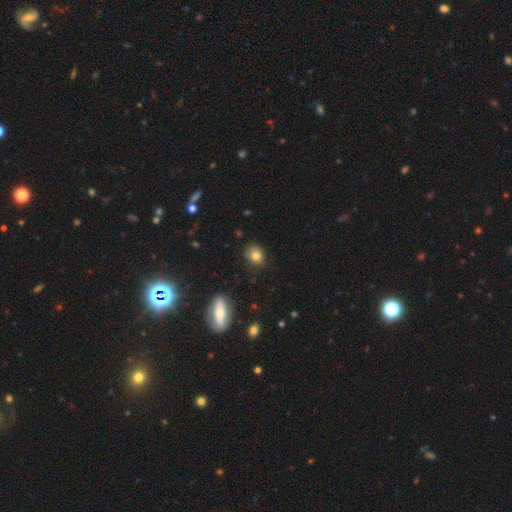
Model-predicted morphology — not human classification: Smooth or featured? smooth (78%)
How rounded? round (57%)
Merging? none (78%)